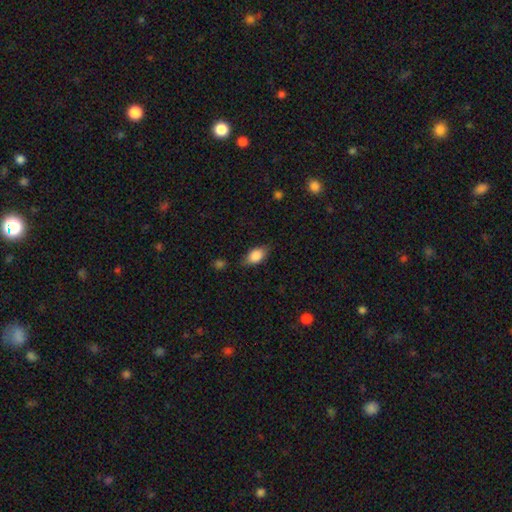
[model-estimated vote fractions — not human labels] Smooth or featured? smooth (83%)
How rounded? in between (85%)
Merging? none (71%)